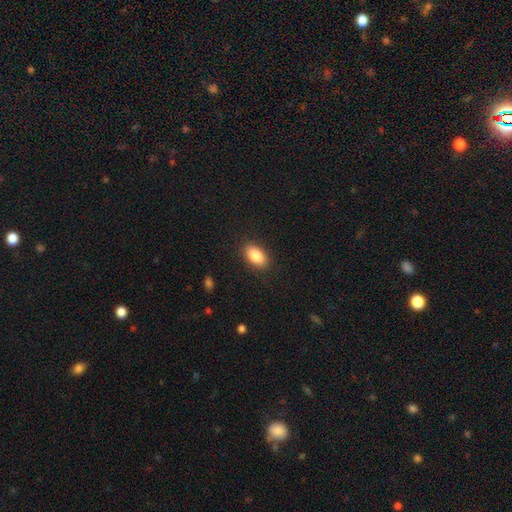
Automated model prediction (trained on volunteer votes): Overall: smooth (86%). How rounded: in between (91%). Merging: none (88%).